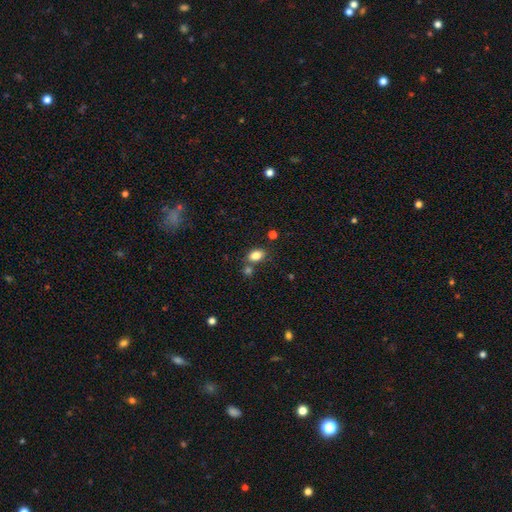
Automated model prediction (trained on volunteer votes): This is clearly a smooth galaxy (83%). How rounded: likely in between (77%). Merging: likely none (66%).